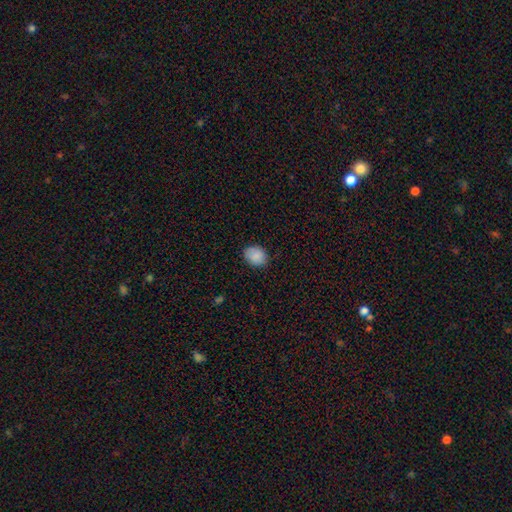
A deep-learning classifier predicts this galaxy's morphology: Smooth or featured?
  - smooth: 87% *
  - star or artifact: 8%
  - featured or disk: 5%
How rounded?
  - round: 51% *
  - in between: 48%
  - cigar-shaped: 1%
Merging?
  - none: 83% *
  - minor disturbance: 14%
  - major disturbance: 3%
  - merger: 1%